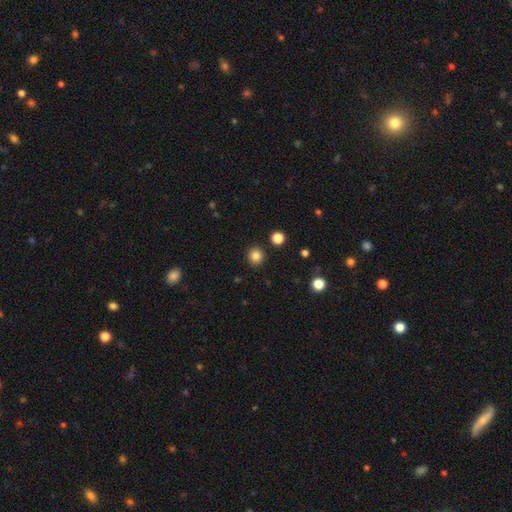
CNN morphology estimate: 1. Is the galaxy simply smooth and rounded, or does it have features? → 84% smooth, 12% star or artifact, 4% featured or disk.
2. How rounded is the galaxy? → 91% round, 8% in between, 1% cigar-shaped.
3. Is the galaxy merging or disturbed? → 91% none, 5% minor disturbance, 2% major disturbance, 2% merger.